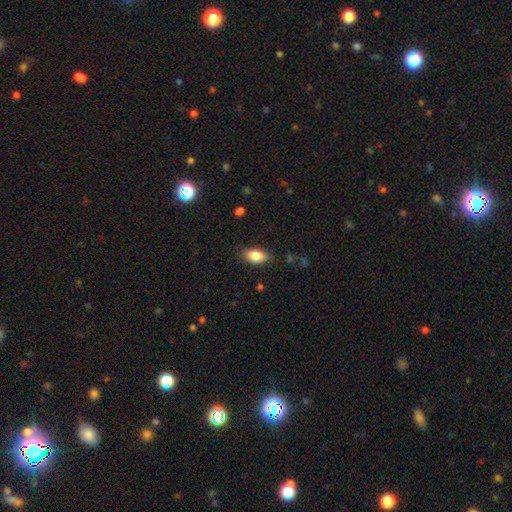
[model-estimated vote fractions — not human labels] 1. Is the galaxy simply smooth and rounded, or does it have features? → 85% smooth, 8% featured or disk, 8% star or artifact.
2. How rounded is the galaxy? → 90% in between, 7% round, 3% cigar-shaped.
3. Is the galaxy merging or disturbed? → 82% none, 14% minor disturbance, 3% major disturbance, 1% merger.